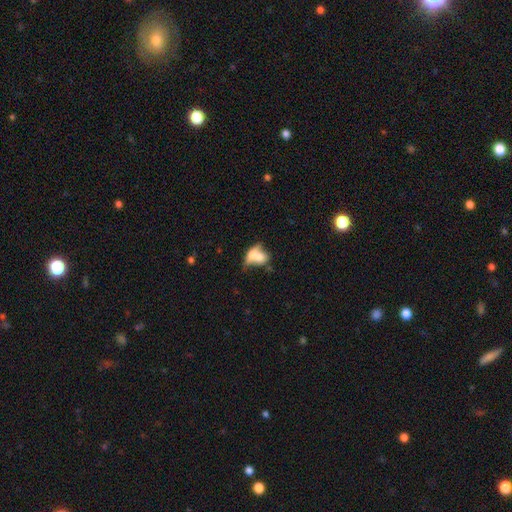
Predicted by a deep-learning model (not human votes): Smooth or featured? smooth (62%)
How rounded? in between (68%)
Merging? merger (62%)